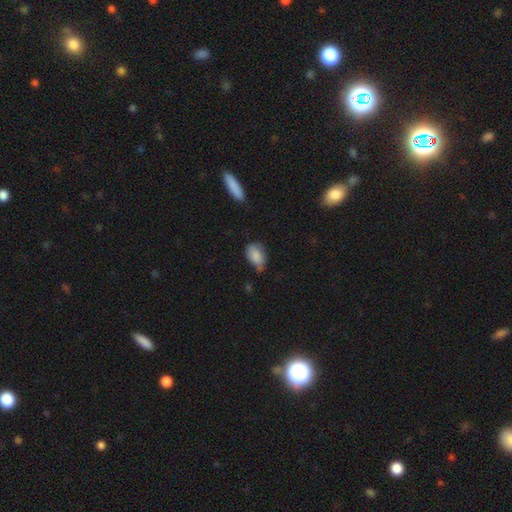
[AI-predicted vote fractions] Morphology: type=smooth (84%); roundness=in between (87%); merging=none (48%).